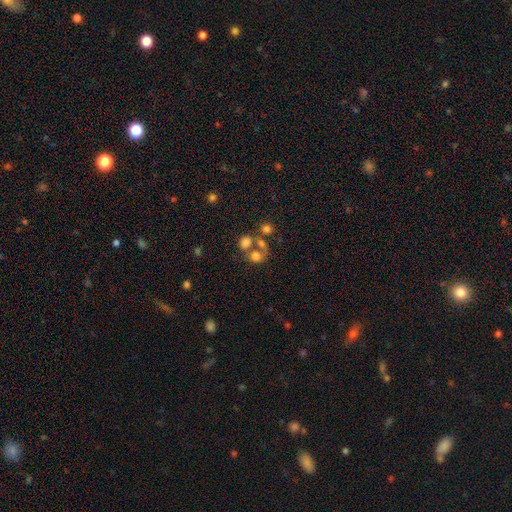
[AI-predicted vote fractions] A smooth galaxy with no disk features (68%) that is round (70%). Merging: merger (46%).